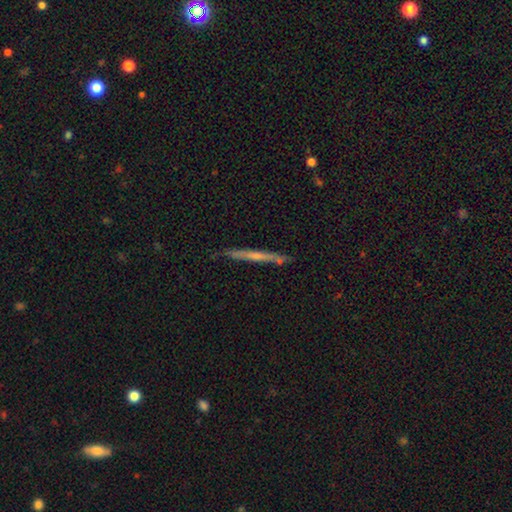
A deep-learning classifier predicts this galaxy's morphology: type=featured or disk (53%); edge-on=yes (96%); edge-on bulge=none (72%); merging=none (83%).